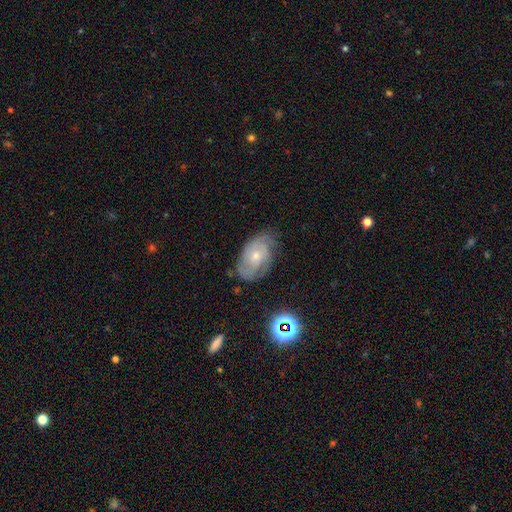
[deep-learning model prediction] Smooth or featured: featured or disk — 70% (smooth — 20%)
Edge-on disk: no — 95% (yes — 5%)
Bar: no — 76% (weak — 21%)
Spiral arms: yes — 89% (no — 11%)
Spiral winding: tight — 61% (medium — 30%)
Spiral arm count: can't tell — 40% (2 — 30%)
Bulge size: small — 52% (moderate — 44%)
Merging: none — 71% (minor disturbance — 22%)